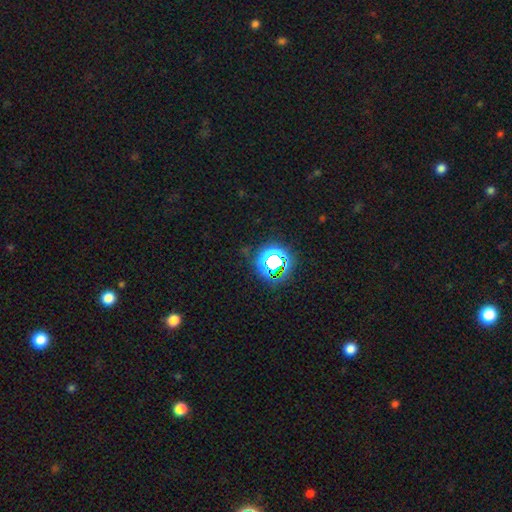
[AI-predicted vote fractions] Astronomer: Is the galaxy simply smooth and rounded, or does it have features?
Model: star or artifact — 76%.